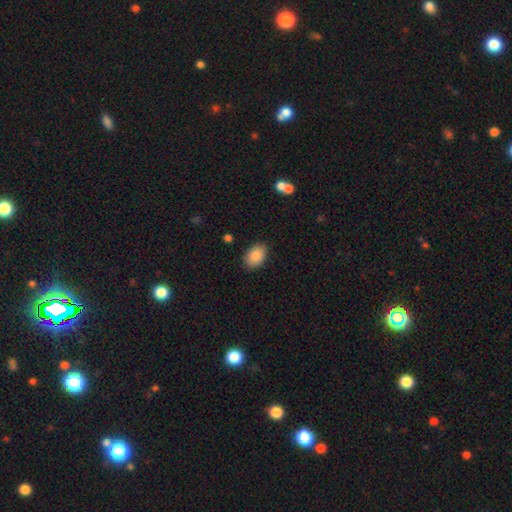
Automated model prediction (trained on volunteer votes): This is clearly a smooth galaxy (87%). How rounded: clearly in between (85%). Merging: clearly none (86%).